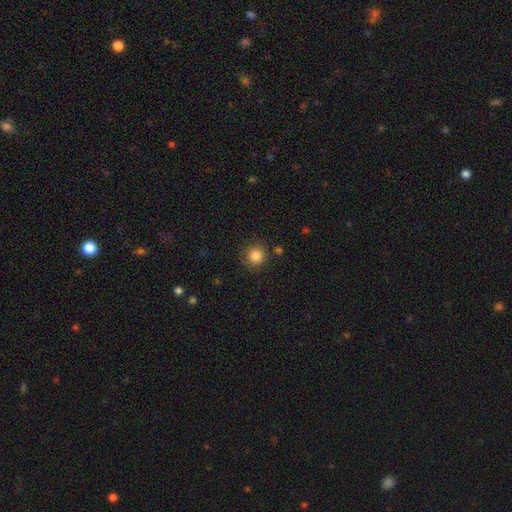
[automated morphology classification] smooth_or_featured: smooth (p=0.85) [alt: star or artifact p=0.11]
how_rounded: round (p=0.93) [alt: in between p=0.07]
merging: none (p=0.86) [alt: minor disturbance p=0.09]